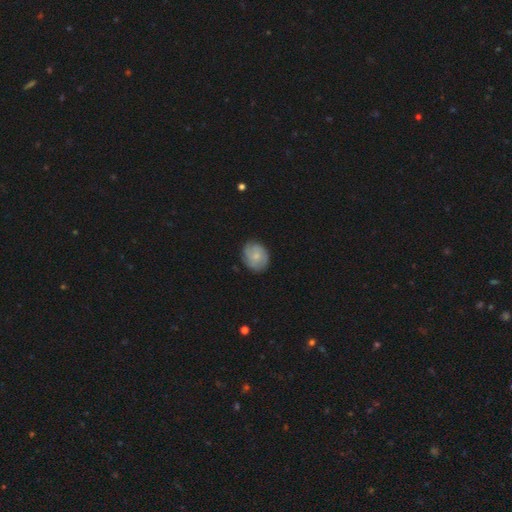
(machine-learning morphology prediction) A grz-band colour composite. It shows a smooth galaxy with no disk features (58%) that is round (60%). Merging: none (78%).